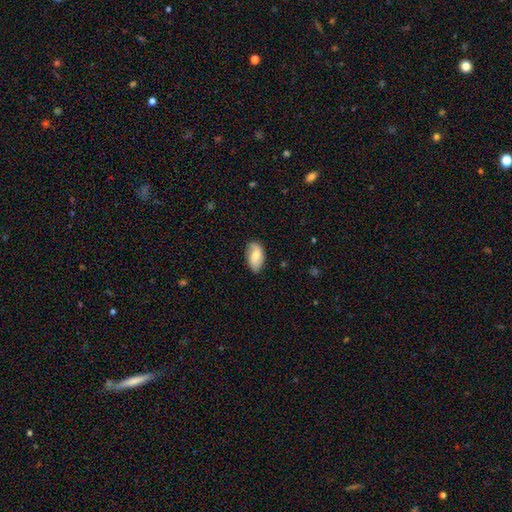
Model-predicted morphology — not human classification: Smooth or featured?
  - smooth: 67% *
  - featured or disk: 27%
  - star or artifact: 7%
How rounded?
  - in between: 93% *
  - round: 4%
  - cigar-shaped: 3%
Merging?
  - none: 75% *
  - minor disturbance: 20%
  - major disturbance: 4%
  - merger: 1%